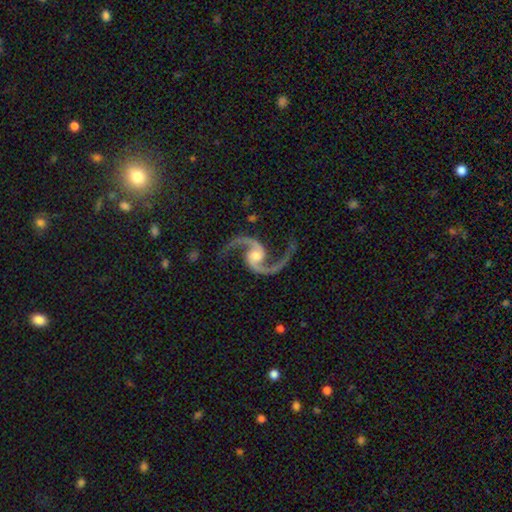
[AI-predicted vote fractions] Smooth or featured? Predicted: featured or disk (p=0.94). Edge-on disk? Predicted: no (p=0.98). Bar? Predicted: no (p=0.55). Spiral arms? Predicted: yes (p=0.99). Spiral winding? Predicted: loose (p=0.58). Spiral arm count? Predicted: 2 (p=0.95). Bulge size? Predicted: moderate (p=0.61). Merging? Predicted: none (p=0.80).